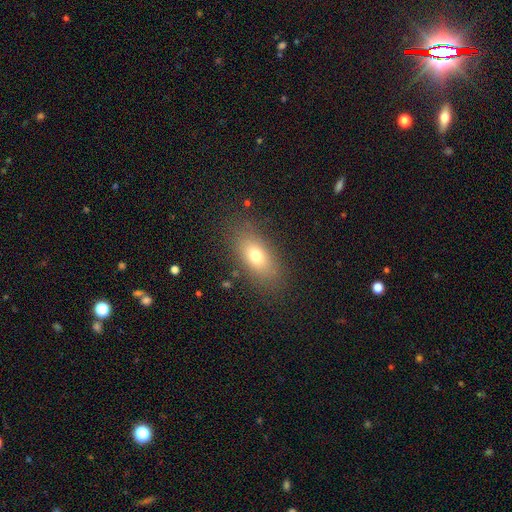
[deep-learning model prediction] Overall: smooth (71%). How rounded: in between (82%). Merging: none (83%).